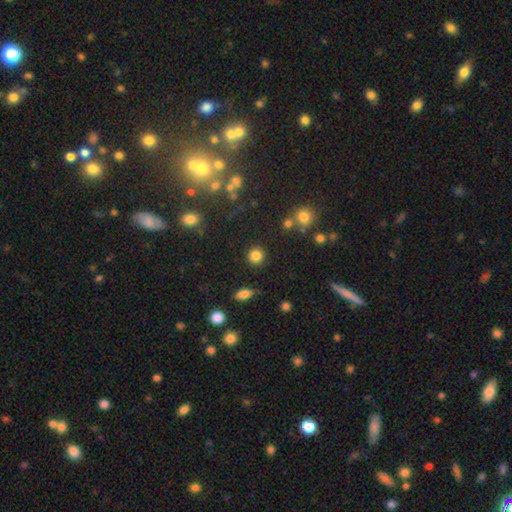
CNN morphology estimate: Smooth or featured: smooth — 83% (star or artifact — 12%)
How rounded: round — 91% (in between — 8%)
Merging: none — 88% (minor disturbance — 7%)